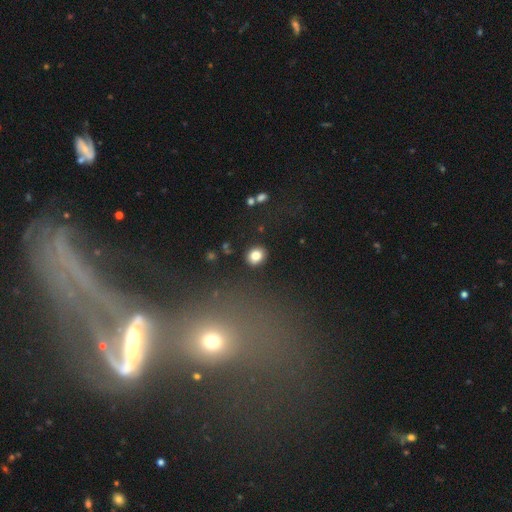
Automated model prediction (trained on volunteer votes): smooth_or_featured: smooth (p=0.82) [alt: star or artifact p=0.11]
how_rounded: round (p=0.68) [alt: in between p=0.31]
merging: none (p=0.88) [alt: minor disturbance p=0.08]